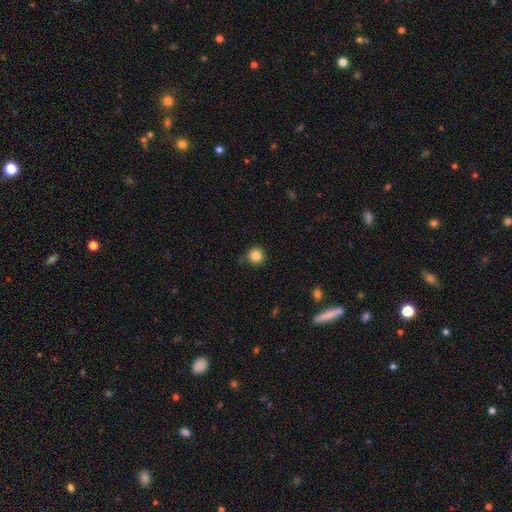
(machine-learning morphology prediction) A smooth galaxy with no disk features (85%) that is round (94%).

Vote fractions:
- Smooth or featured? smooth: 85% / star or artifact: 11% / featured or disk: 4%
- How rounded? round: 94% / in between: 5% / cigar-shaped: 1%
- Merging? none: 88% / minor disturbance: 8% / merger: 2% / major disturbance: 2%